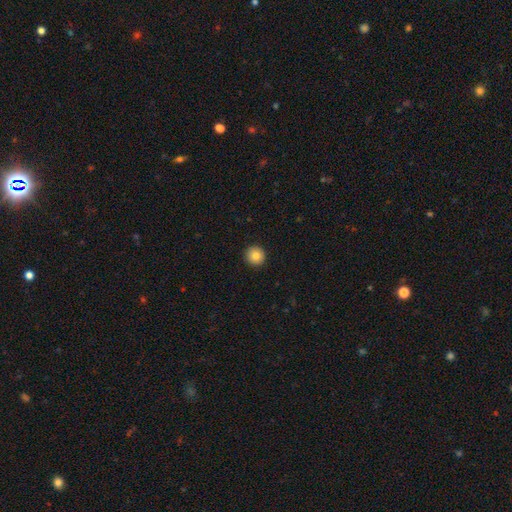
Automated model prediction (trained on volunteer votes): Smooth or featured: smooth — 83% (star or artifact — 9%)
How rounded: round — 95% (in between — 4%)
Merging: none — 93% (minor disturbance — 5%)